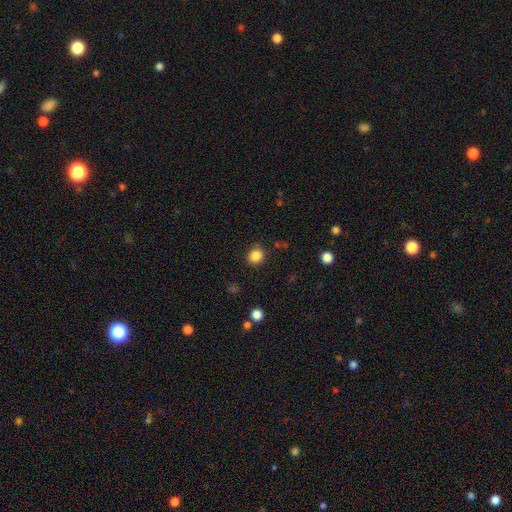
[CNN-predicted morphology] Smooth or featured?
  - smooth: 86% *
  - star or artifact: 11%
  - featured or disk: 3%
How rounded?
  - round: 79% *
  - in between: 20%
  - cigar-shaped: 1%
Merging?
  - none: 87% *
  - minor disturbance: 8%
  - major disturbance: 3%
  - merger: 2%